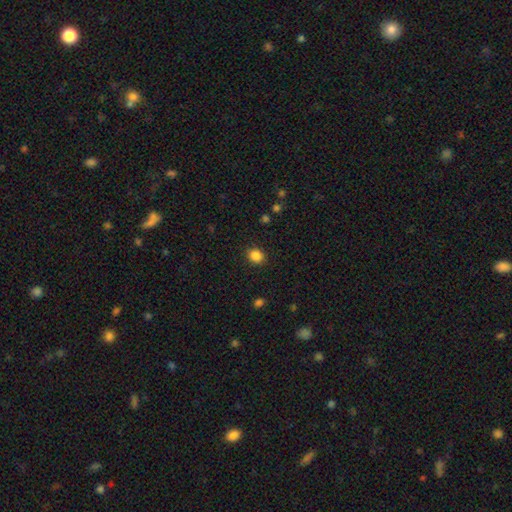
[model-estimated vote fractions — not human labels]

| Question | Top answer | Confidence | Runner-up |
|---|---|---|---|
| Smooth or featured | smooth | 86% | star or artifact (10%) |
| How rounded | round | 62% | in between (37%) |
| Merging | none | 89% | minor disturbance (7%) |